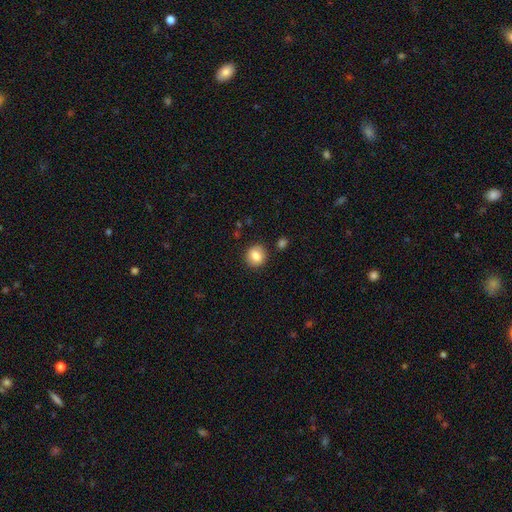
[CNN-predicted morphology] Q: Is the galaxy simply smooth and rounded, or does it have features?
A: smooth — 83%.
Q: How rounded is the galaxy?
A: round — 83%.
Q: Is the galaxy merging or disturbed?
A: none — 87%.